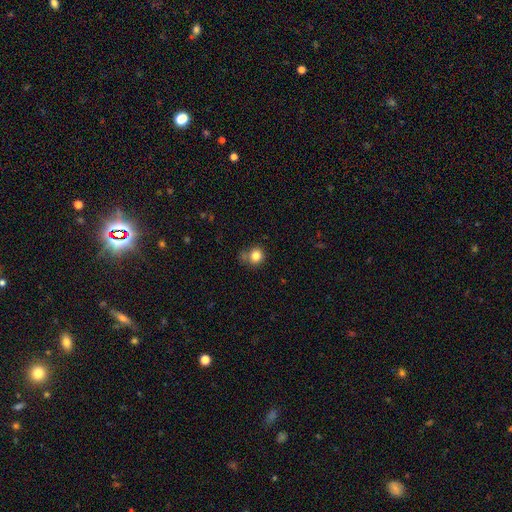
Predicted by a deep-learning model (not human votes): smooth_or_featured: smooth (p=0.83) [alt: star or artifact p=0.11]
how_rounded: round (p=0.84) [alt: in between p=0.15]
merging: none (p=0.64) [alt: minor disturbance p=0.20]